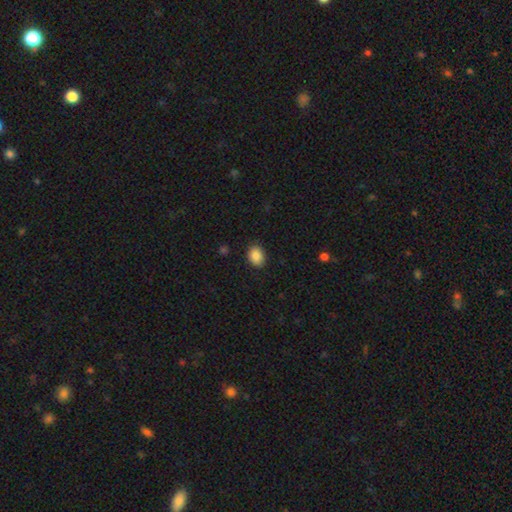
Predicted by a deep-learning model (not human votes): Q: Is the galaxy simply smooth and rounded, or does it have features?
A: smooth — 88%.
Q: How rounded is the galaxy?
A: in between — 65%.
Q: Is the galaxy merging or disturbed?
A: none — 87%.